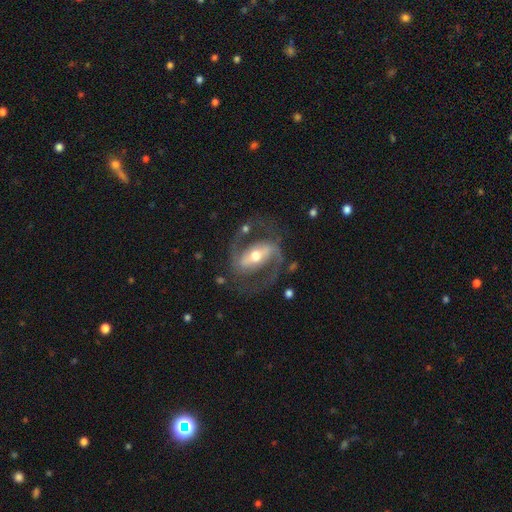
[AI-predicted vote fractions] A featured or disk galaxy (90%) with a strong bar (63%), 2 (92%) medium (60%) spiral arms (95%) and a moderate central bulge (67%).

Vote fractions:
- Smooth or featured? featured or disk: 90% / smooth: 6% / star or artifact: 4%
- Edge-on disk? no: 96% / yes: 4%
- Bar? strong: 63% / weak: 26% / no: 11%
- Spiral arms? yes: 95% / no: 5%
- Spiral winding? medium: 60% / loose: 22% / tight: 18%
- Spiral arm count? 2: 92% / can't tell: 2% / 1: 2% / 3: 1% / 4: 1% / more than 4: 1%
- Bulge size? moderate: 67% / small: 22% / large: 9% / dominant: 1% / none: 1%
- Merging? none: 74% / minor disturbance: 13% / major disturbance: 11% / merger: 2%